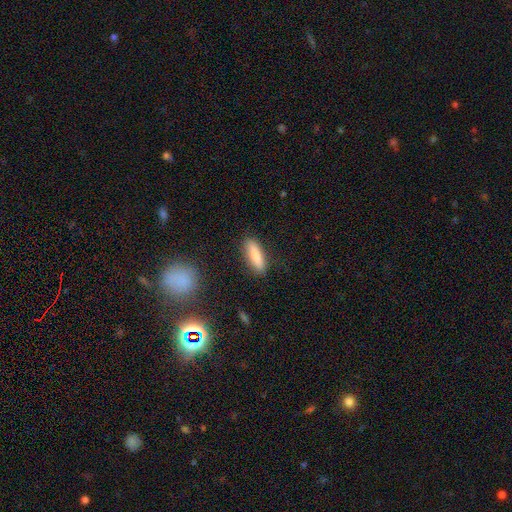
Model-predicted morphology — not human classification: This is clearly a smooth galaxy (81%). How rounded: possibly cigar-shaped (57%). Merging: clearly none (86%).